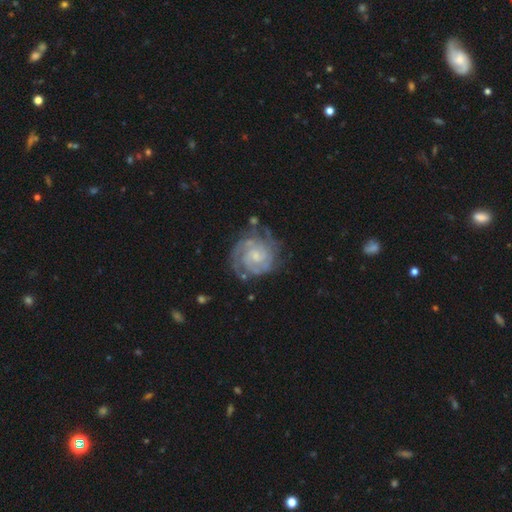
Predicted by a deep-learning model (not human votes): This appears to be a featured or disk galaxy (86%) with no bar (59%), 2 (38%) tight (70%) spiral arms (96%) and a small central bulge (54%). Merging: none (68%).